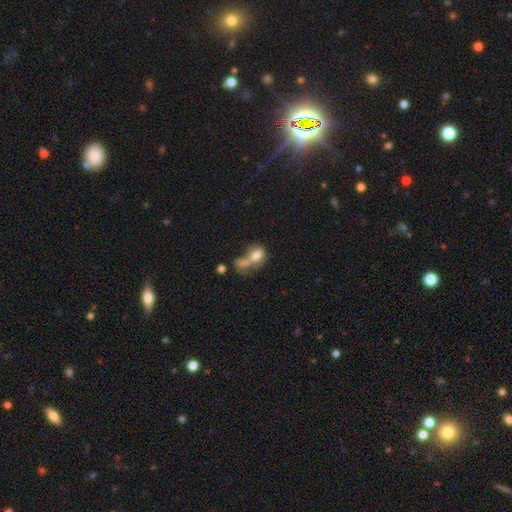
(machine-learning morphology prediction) Smooth or featured: smooth — 67% (featured or disk — 22%)
How rounded: in between — 64% (round — 34%)
Merging: merger — 54% (major disturbance — 19%)